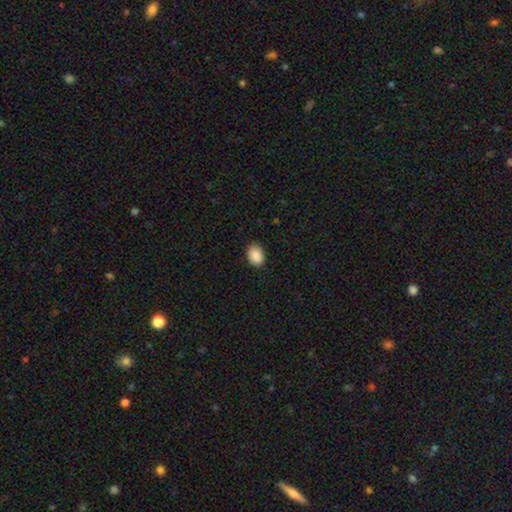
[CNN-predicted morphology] Smooth or featured?
  - smooth: 90% *
  - star or artifact: 7%
  - featured or disk: 2%
How rounded?
  - in between: 75% *
  - round: 24%
  - cigar-shaped: 1%
Merging?
  - none: 86% *
  - minor disturbance: 11%
  - major disturbance: 2%
  - merger: 1%